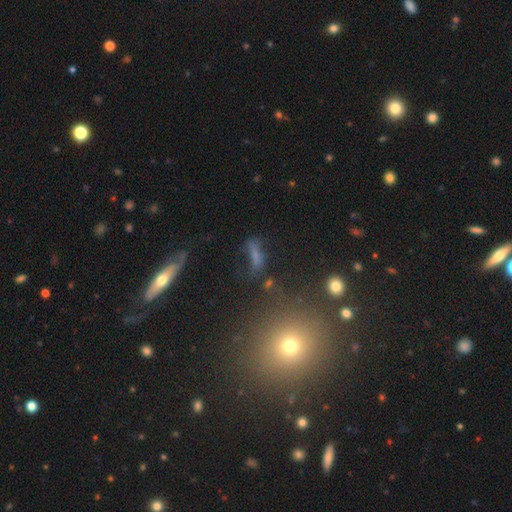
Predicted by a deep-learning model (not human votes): Morphology: type=smooth (50%); merging=none (49%).